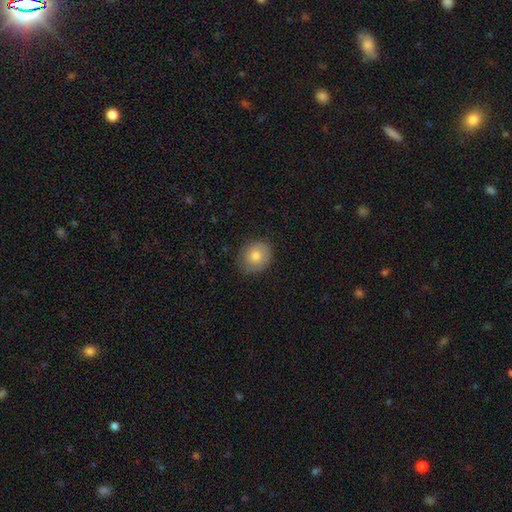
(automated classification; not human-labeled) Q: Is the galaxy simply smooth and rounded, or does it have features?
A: smooth — 79%.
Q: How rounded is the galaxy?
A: round — 69%.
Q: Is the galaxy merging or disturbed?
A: none — 83%.